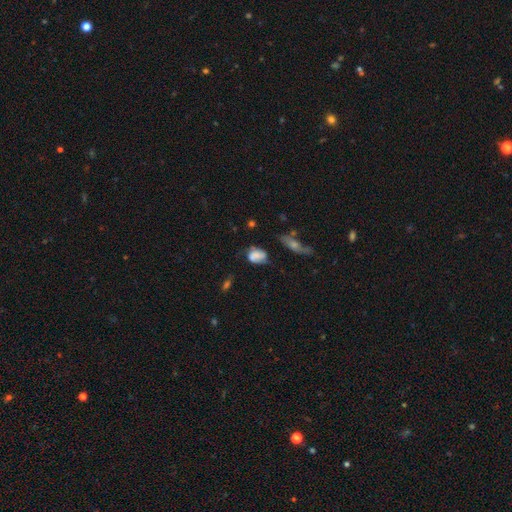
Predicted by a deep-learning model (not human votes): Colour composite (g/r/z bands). It shows a smooth galaxy with no disk features (68%) that is in between round and cigar-shaped (73%). Merging: none (43%).